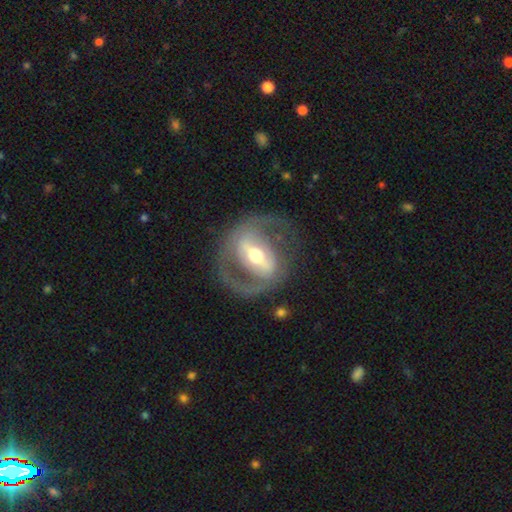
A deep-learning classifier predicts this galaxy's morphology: Q: Smooth or featured?
A: featured or disk (83%); runner-up: smooth (12%)
Q: Edge-on disk?
A: no (94%); runner-up: yes (6%)
Q: Bar?
A: strong (62%); runner-up: weak (26%)
Q: Spiral arms?
A: yes (71%); runner-up: no (29%)
Q: Spiral winding?
A: medium (49%); runner-up: tight (28%)
Q: Spiral arm count?
A: 2 (84%); runner-up: can't tell (8%)
Q: Bulge size?
A: moderate (65%); runner-up: small (22%)
Q: Merging?
A: none (72%); runner-up: major disturbance (14%)